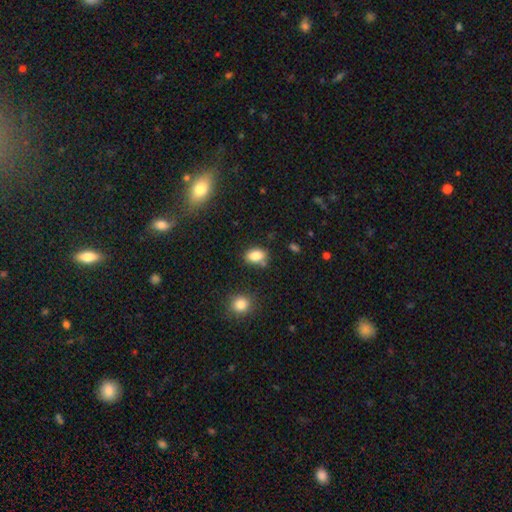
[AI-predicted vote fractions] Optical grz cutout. It shows a smooth galaxy with no disk features (84%) that is in between round and cigar-shaped (78%). Merging: none (72%).